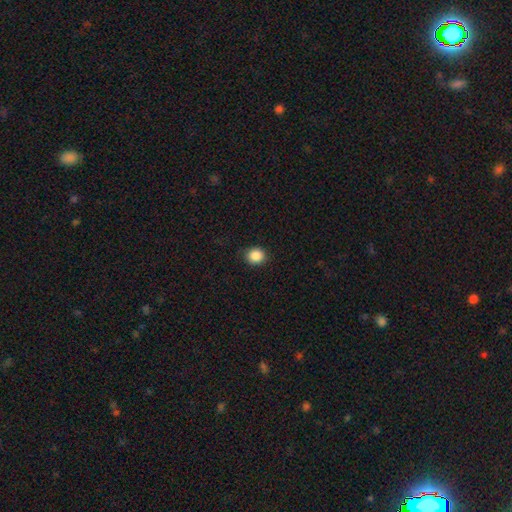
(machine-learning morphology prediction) smooth 88%, star or artifact 9%, featured or disk 3%. Down the decision tree: how rounded — round (78%); merging — none (88%).